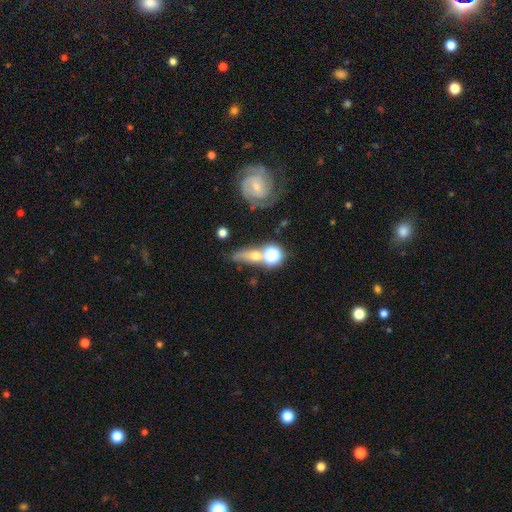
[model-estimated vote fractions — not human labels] The model was most divided on "smooth or featured": smooth: 45%, featured or disk: 36%, star or artifact: 19%. Remaining: merging — none (43%).